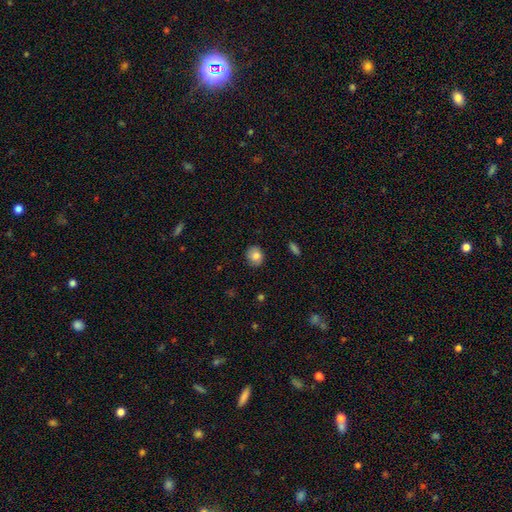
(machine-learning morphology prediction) Smooth or featured: smooth — 81% (featured or disk — 10%)
How rounded: round — 71% (in between — 28%)
Merging: none — 83% (minor disturbance — 13%)